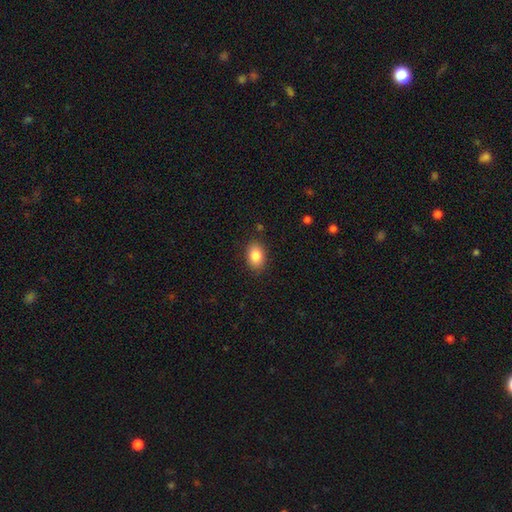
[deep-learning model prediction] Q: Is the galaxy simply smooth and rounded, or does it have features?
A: smooth — 85%.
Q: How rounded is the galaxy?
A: in between — 83%.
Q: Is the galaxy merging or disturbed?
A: none — 87%.